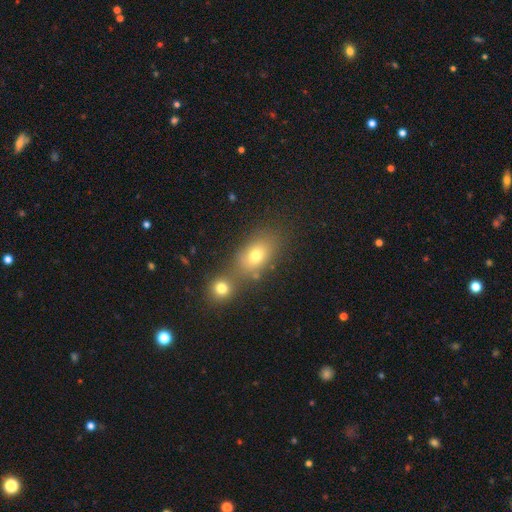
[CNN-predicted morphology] A smooth galaxy with no disk features (72%) that is in between round and cigar-shaped (74%).

Vote fractions:
- Smooth or featured? smooth: 72% / featured or disk: 15% / star or artifact: 14%
- How rounded? in between: 74% / round: 23% / cigar-shaped: 3%
- Merging? none: 51% / merger: 34% / minor disturbance: 11% / major disturbance: 4%